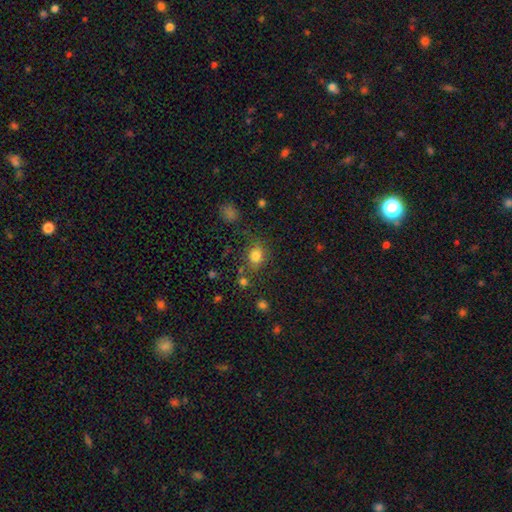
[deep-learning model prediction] Morphology: type=smooth (79%); roundness=round (59%); merging=none (67%).